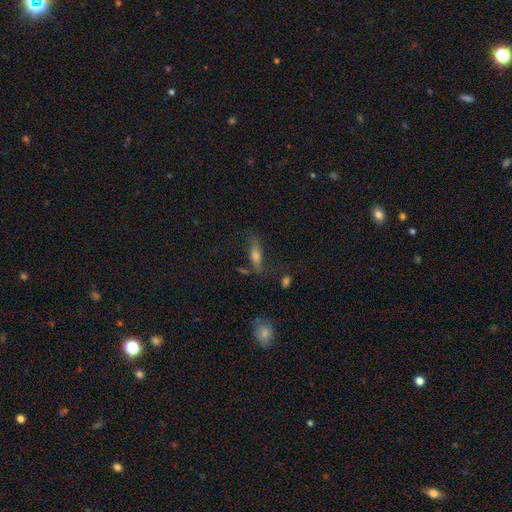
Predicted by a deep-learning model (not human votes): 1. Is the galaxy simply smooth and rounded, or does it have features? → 44% smooth, 42% featured or disk, 14% star or artifact.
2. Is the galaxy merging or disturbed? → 62% none, 19% minor disturbance, 13% major disturbance, 6% merger.